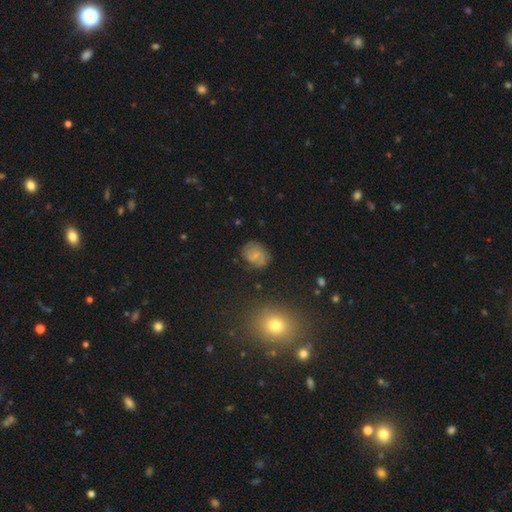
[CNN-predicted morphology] smooth-or-featured: featured or disk: 57% | smooth: 33% | star or artifact: 10%
  disk-edge-on: no: 97% | yes: 3%
    bar: weak: 46% | no: 44% | strong: 9%
    has-spiral-arms: yes: 85% | no: 15%
    bulge-size: small: 56% | none: 21% | moderate: 20% | large: 2% | dominant: 1%
  merging: none: 75% | minor disturbance: 17% | major disturbance: 6% | merger: 2%